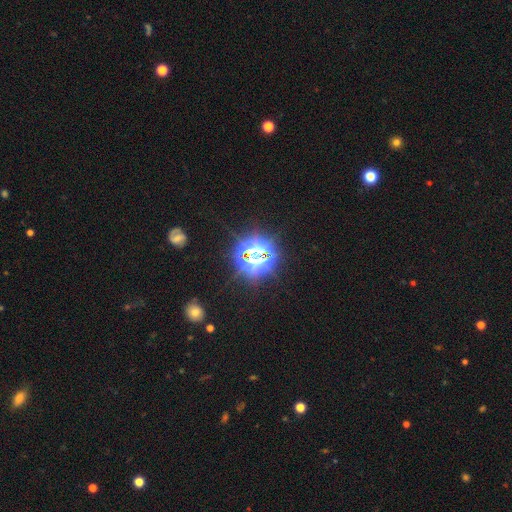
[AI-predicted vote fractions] Morphology: type=star or artifact (73%).